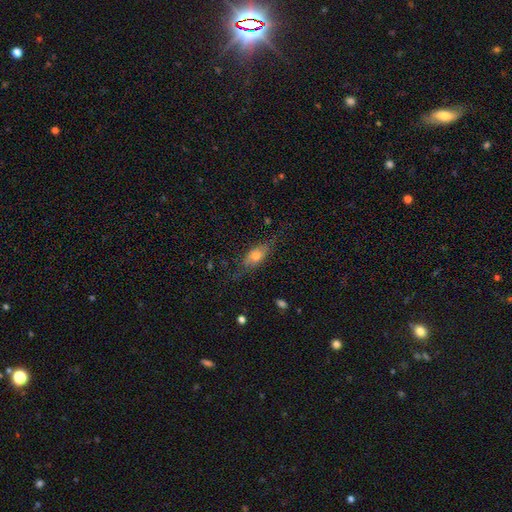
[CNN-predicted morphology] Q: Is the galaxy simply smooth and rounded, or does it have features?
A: smooth — 50%.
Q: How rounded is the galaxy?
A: in between — 66%.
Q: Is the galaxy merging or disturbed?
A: none — 65%.